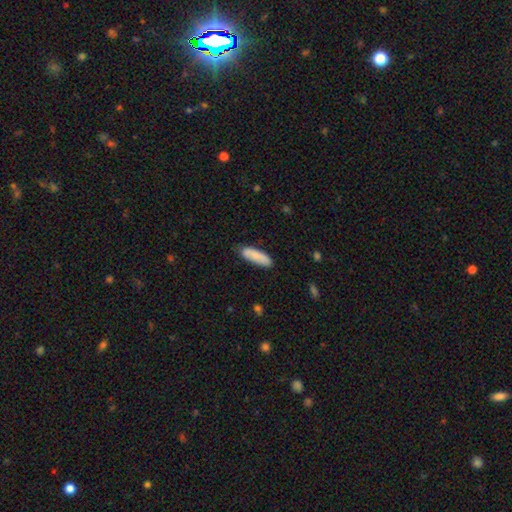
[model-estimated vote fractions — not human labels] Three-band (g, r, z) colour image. It shows a smooth galaxy with no disk features (85%) that is in between round and cigar-shaped (50%). Merging: none (80%).